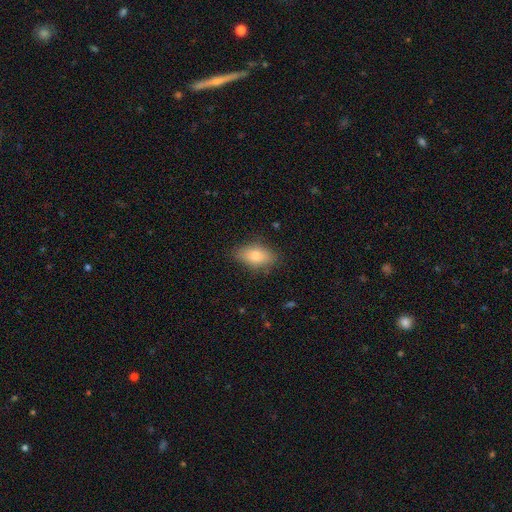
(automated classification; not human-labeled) smooth-or-featured: smooth: 82% | featured or disk: 11% | star or artifact: 7%
  how-rounded: in between: 89% | round: 6% | cigar-shaped: 5%
  merging: none: 79% | minor disturbance: 16% | major disturbance: 4% | merger: 1%